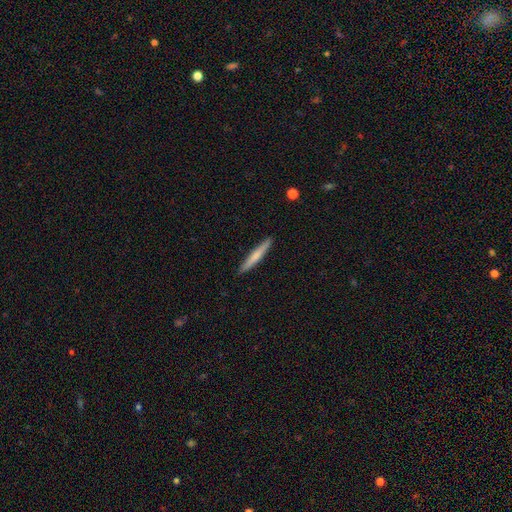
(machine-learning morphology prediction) Smooth or featured: smooth — 63% (featured or disk — 32%)
How rounded: cigar-shaped — 96% (in between — 3%)
Merging: none — 91% (minor disturbance — 6%)